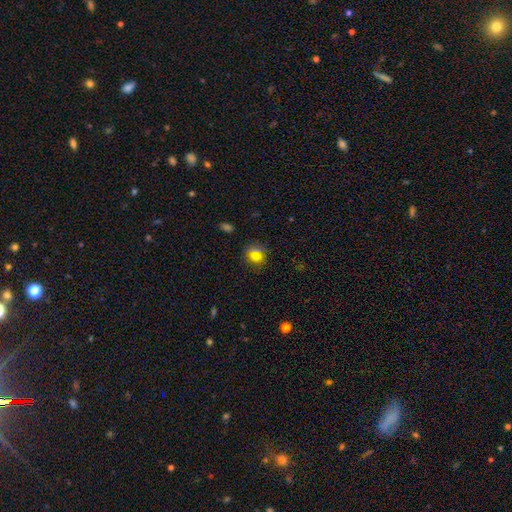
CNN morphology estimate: Overall: smooth (71%). How rounded: round (83%). Merging: none (82%).